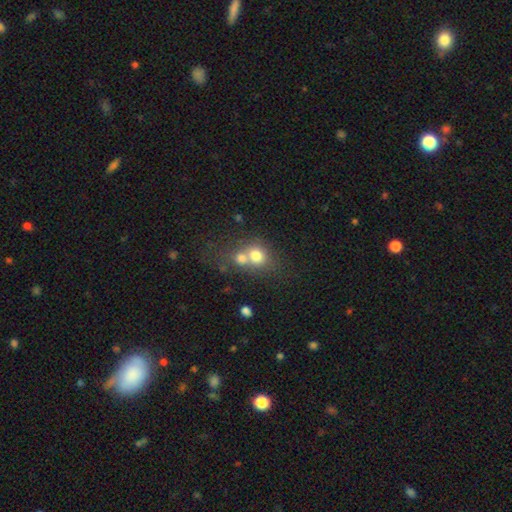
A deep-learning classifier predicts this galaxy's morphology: A smooth galaxy with no disk features (71%) that is round (72%). Merging: merger (62%).